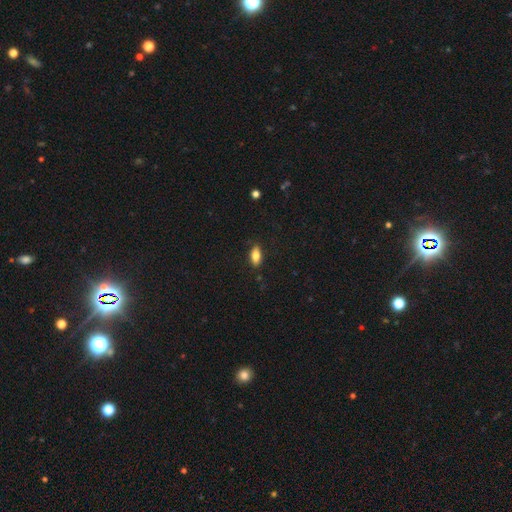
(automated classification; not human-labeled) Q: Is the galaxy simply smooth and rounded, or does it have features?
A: smooth — 78%.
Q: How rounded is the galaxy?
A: in between — 86%.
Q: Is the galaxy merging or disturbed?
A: none — 85%.